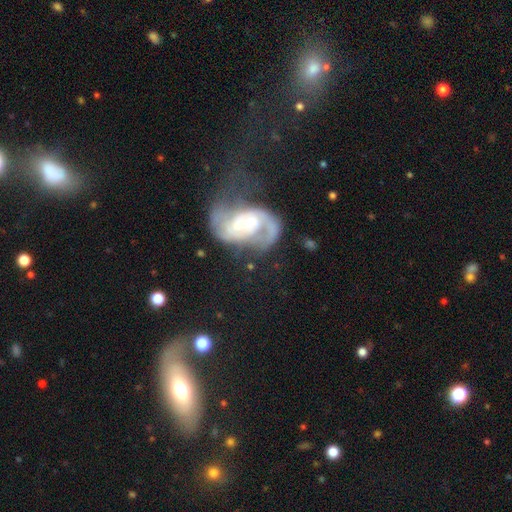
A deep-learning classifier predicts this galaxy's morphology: Smooth or featured? featured or disk (85%)
Edge-on disk? no (96%)
Bar? weak (43%)
Spiral arms? yes (93%)
Spiral winding? loose (45%)
Spiral arm count? 2 (89%)
Bulge size? moderate (45%)
Merging? none (46%)